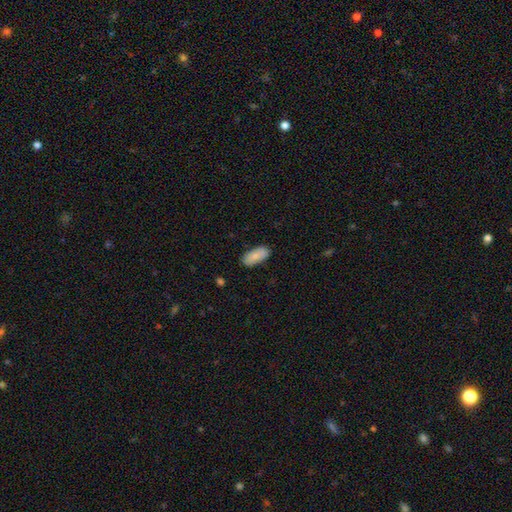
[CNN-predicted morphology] This is clearly a smooth galaxy (85%). How rounded: clearly in between (87%). Merging: clearly none (86%).